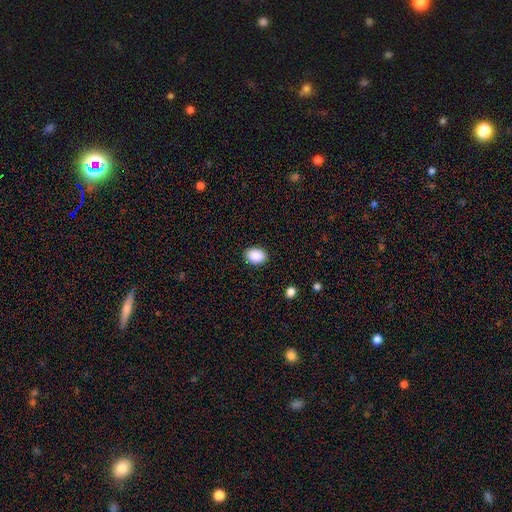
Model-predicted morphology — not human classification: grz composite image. It shows a smooth galaxy with no disk features (90%) that is in between round and cigar-shaped (77%). Merging: none (89%).